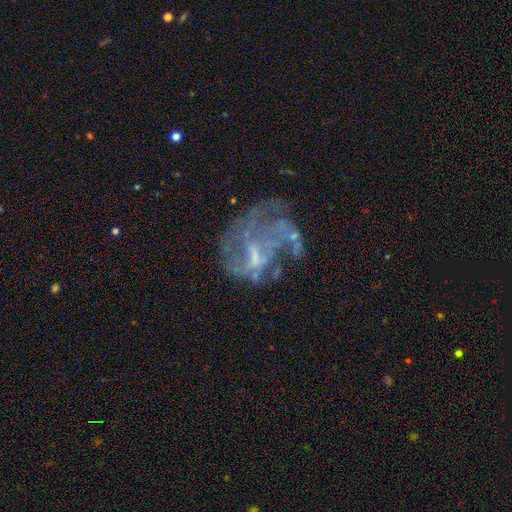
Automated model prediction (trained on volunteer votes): Smooth or featured? featured or disk (74%)
Edge-on disk? no (98%)
Bar? no (49%)
Spiral arms? no (50%, tied with yes)
Bulge size? none (38%)
Merging? major disturbance (41%)